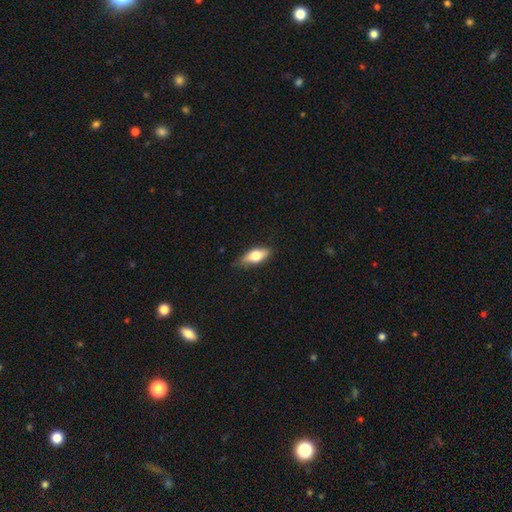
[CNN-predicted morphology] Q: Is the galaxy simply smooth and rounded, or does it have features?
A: smooth — 67%.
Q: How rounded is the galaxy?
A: in between — 75%.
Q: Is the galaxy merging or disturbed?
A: none — 78%.